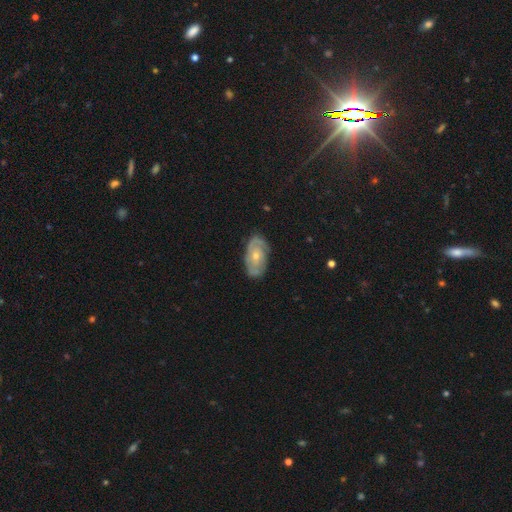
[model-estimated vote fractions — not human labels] smooth-or-featured: featured or disk: 73% | smooth: 21% | star or artifact: 6%
  disk-edge-on: no: 95% | yes: 5%
    bar: no: 74% | weak: 22% | strong: 4%
    has-spiral-arms: yes: 87% | no: 13%
      spiral-winding: tight: 58% | medium: 32% | loose: 10%
      spiral-arm-count: 2: 51% | can't tell: 29% | 3: 10% | 1: 5% | 4: 3% | more than 4: 3%
    bulge-size: small: 54% | moderate: 42% | none: 2% | large: 1% | dominant: 1%
  merging: none: 78% | minor disturbance: 17% | major disturbance: 4% | merger: 1%